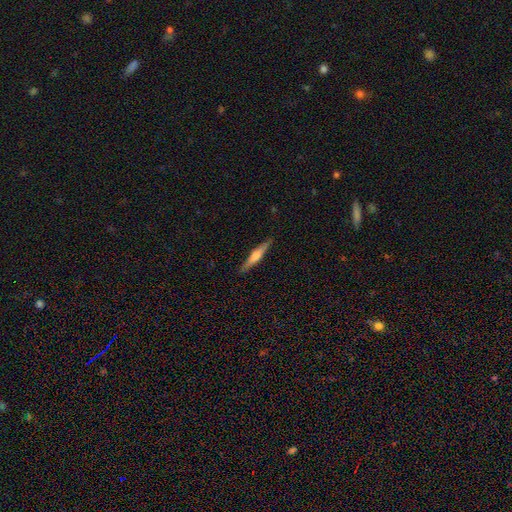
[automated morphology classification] A featured or disk galaxy (54%) viewed edge-on (96%) with a rounded central bulge (74%). Merging: none (89%).